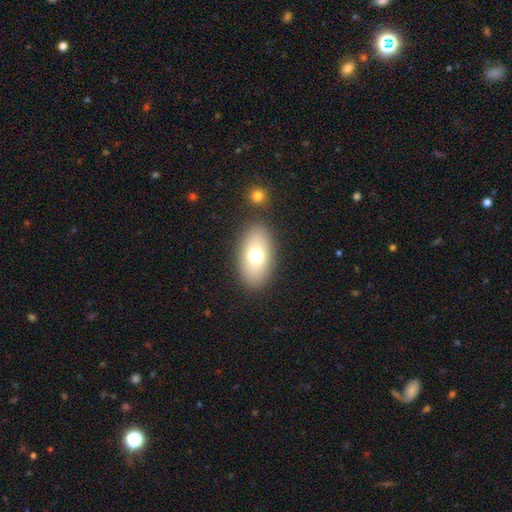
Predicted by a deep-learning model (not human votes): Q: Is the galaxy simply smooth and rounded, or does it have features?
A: smooth — 69%.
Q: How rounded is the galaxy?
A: in between — 89%.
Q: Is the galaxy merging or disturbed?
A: none — 83%.